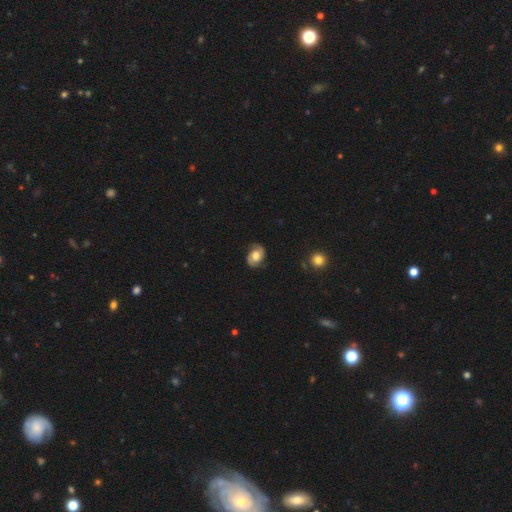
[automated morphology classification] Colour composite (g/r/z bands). It shows a featured or disk galaxy (56%) with no bar (64%), spiral arms (85%) and a moderate central bulge (52%). Merging: none (77%).